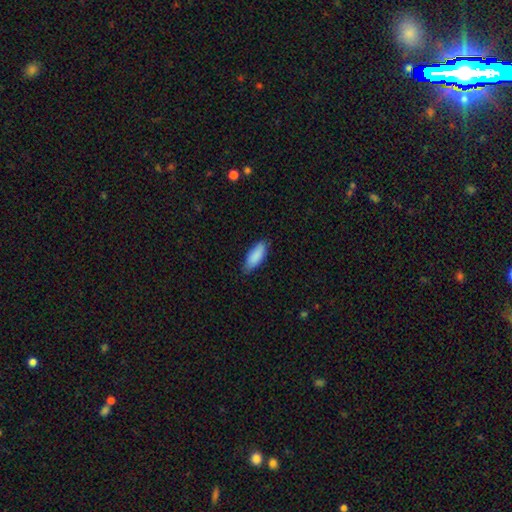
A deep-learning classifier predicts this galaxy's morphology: smooth 88%, featured or disk 6%, star or artifact 6%. Down the decision tree: how rounded — in between (74%); merging — none (79%).